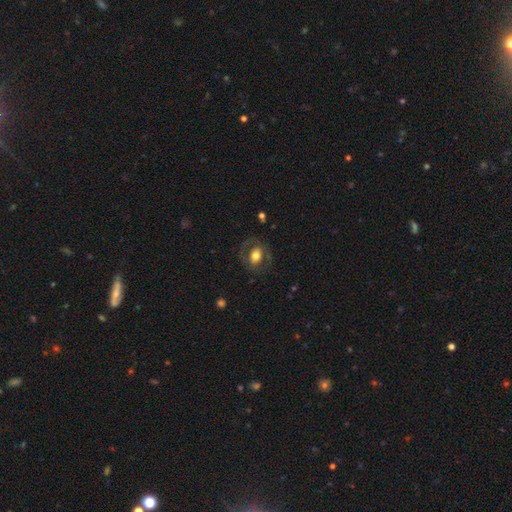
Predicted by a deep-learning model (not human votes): Morphology: type=smooth (50%); merging=none (74%).